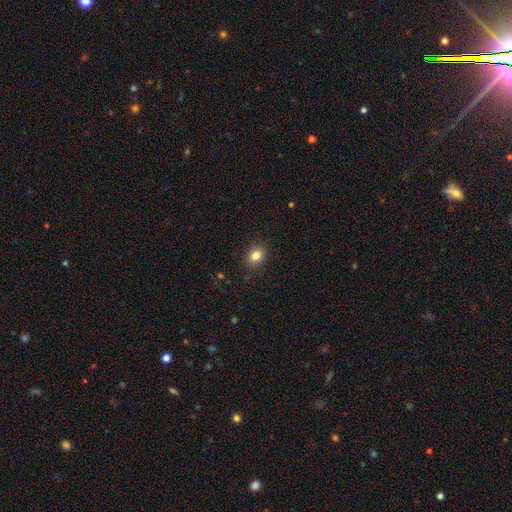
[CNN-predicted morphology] type=smooth (82%); roundness=in between (52%); merging=none (88%).